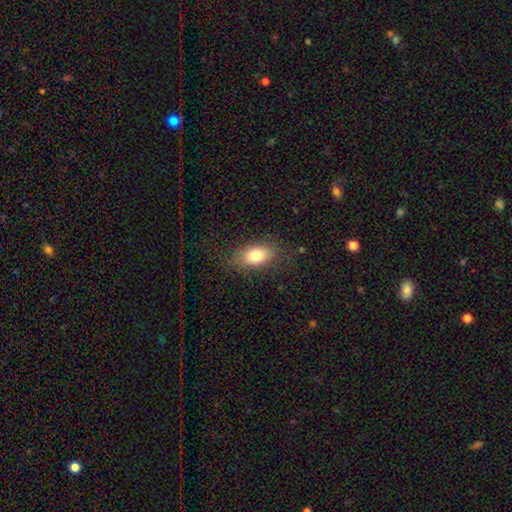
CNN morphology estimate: smooth-or-featured: smooth: 78% | featured or disk: 14% | star or artifact: 9%
  how-rounded: in between: 87% | round: 10% | cigar-shaped: 3%
  merging: none: 80% | minor disturbance: 14% | major disturbance: 5% | merger: 1%